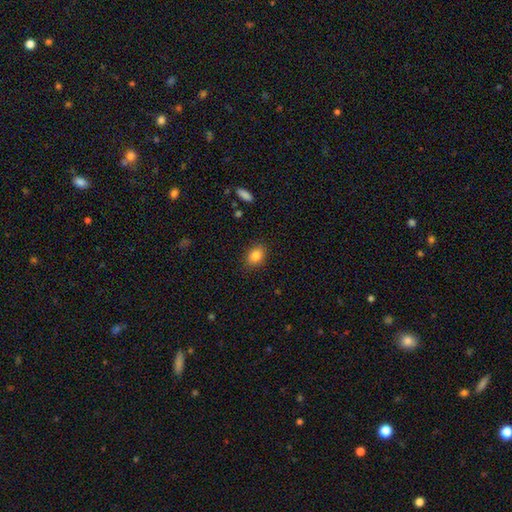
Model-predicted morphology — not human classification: Smooth or featured? Predicted: smooth (p=0.85). How rounded? Predicted: in between (p=0.56). Merging? Predicted: none (p=0.87).